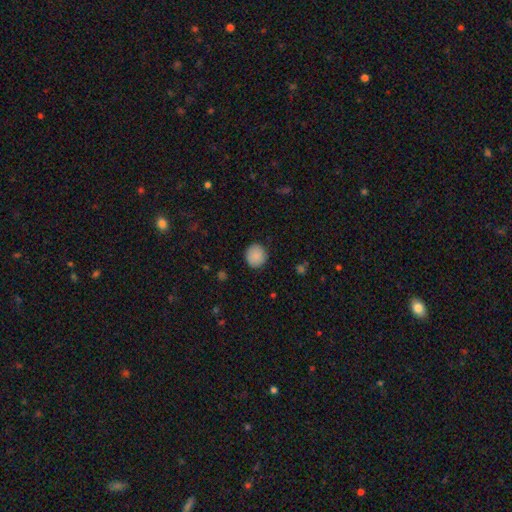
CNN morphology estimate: smooth 88%, star or artifact 8%, featured or disk 4%. Down the decision tree: how rounded — round (92%); merging — none (89%).